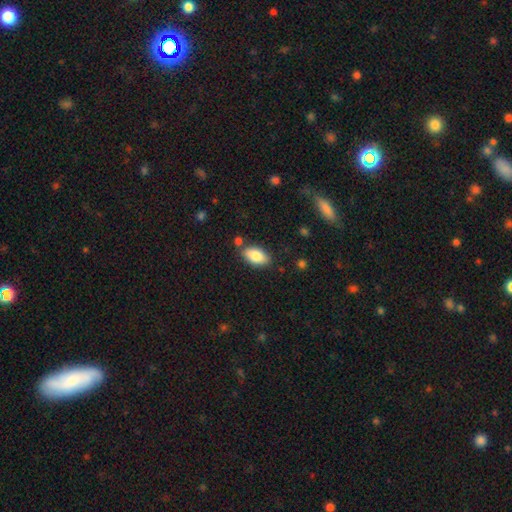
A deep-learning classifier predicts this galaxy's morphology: A smooth galaxy with no disk features (82%) that is in between round and cigar-shaped (93%).

Vote fractions:
- Smooth or featured? smooth: 82% / featured or disk: 11% / star or artifact: 7%
- How rounded? in between: 93% / round: 4% / cigar-shaped: 4%
- Merging? none: 80% / minor disturbance: 12% / merger: 5% / major disturbance: 3%